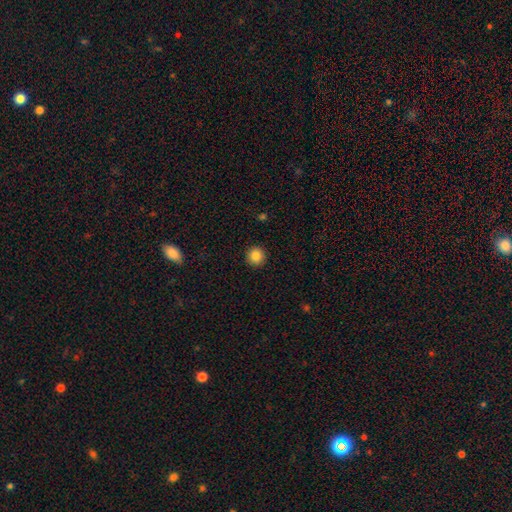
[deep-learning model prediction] Q: Smooth or featured?
A: smooth (86%); runner-up: star or artifact (10%)
Q: How rounded?
A: round (95%); runner-up: in between (4%)
Q: Merging?
A: none (93%); runner-up: minor disturbance (5%)